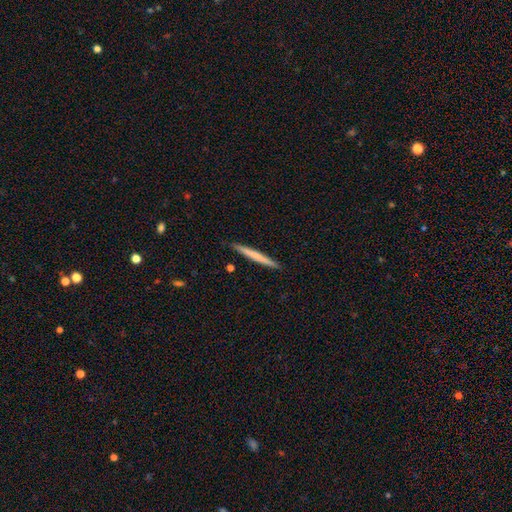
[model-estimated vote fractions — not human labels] The model was most divided on "smooth or featured": smooth: 60%, featured or disk: 35%, star or artifact: 5%. More confident: how rounded — cigar-shaped (97%); merging — none (91%).